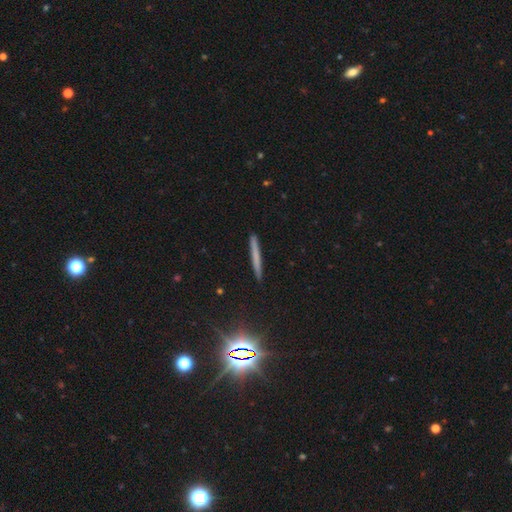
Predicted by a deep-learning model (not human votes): Smooth or featured: smooth — 57% (featured or disk — 31%)
How rounded: cigar-shaped — 96% (in between — 2%)
Merging: none — 91% (minor disturbance — 6%)